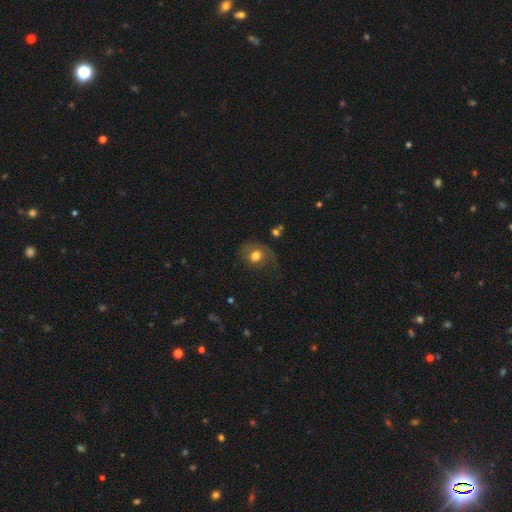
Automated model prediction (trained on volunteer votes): A smooth galaxy with no disk features (64%) that is round (62%).

Vote fractions:
- Smooth or featured? smooth: 64% / featured or disk: 26% / star or artifact: 10%
- How rounded? round: 62% / in between: 37% / cigar-shaped: 1%
- Merging? none: 47% / major disturbance: 26% / minor disturbance: 25% / merger: 3%